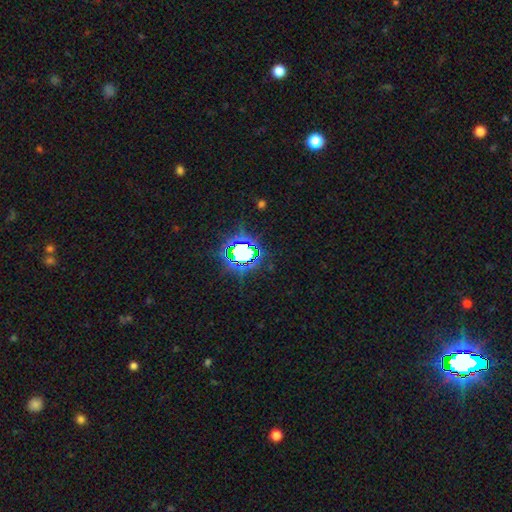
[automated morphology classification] Smooth or featured: star or artifact — 76% (smooth — 15%)